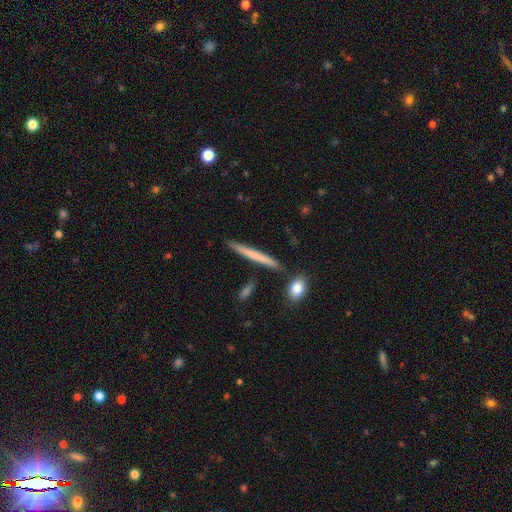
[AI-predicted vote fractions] Morphology: type=smooth (62%); roundness=cigar-shaped (96%); merging=none (86%).